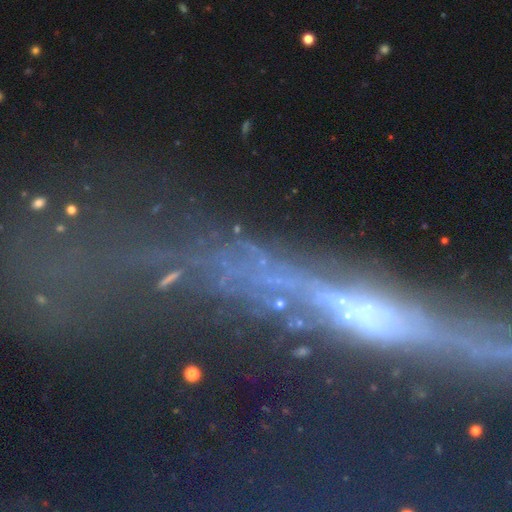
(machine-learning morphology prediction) type=star or artifact (50%).